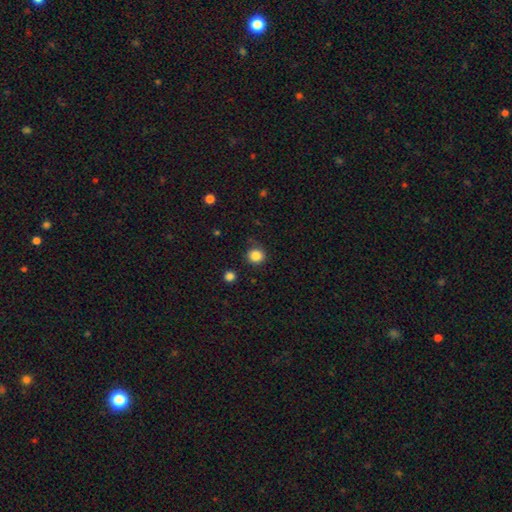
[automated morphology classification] Smooth or featured?
  - smooth: 84% *
  - star or artifact: 11%
  - featured or disk: 4%
How rounded?
  - round: 91% *
  - in between: 8%
  - cigar-shaped: 1%
Merging?
  - none: 83% *
  - minor disturbance: 11%
  - major disturbance: 3%
  - merger: 3%